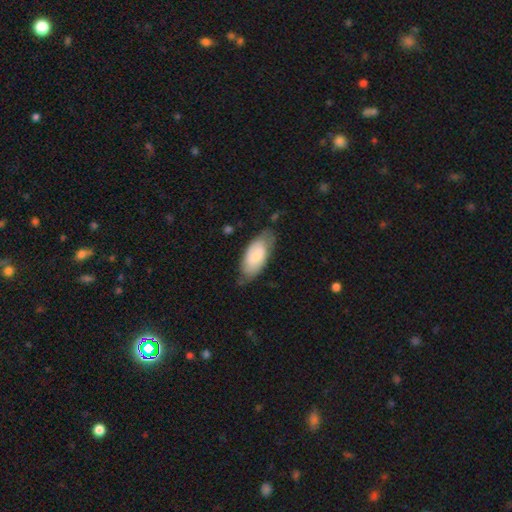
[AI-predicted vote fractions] smooth-or-featured: smooth: 63% | featured or disk: 31% | star or artifact: 6%
  how-rounded: in between: 89% | cigar-shaped: 9% | round: 2%
  merging: none: 63% | minor disturbance: 28% | major disturbance: 7% | merger: 2%